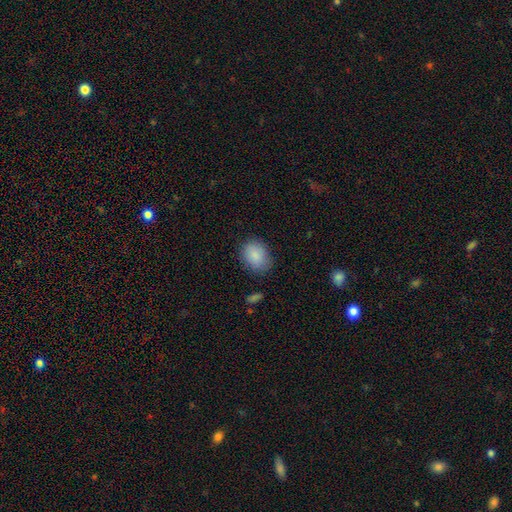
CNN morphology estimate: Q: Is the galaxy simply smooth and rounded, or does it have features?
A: smooth — 86%.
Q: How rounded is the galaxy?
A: in between — 64%.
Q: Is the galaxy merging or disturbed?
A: none — 78%.